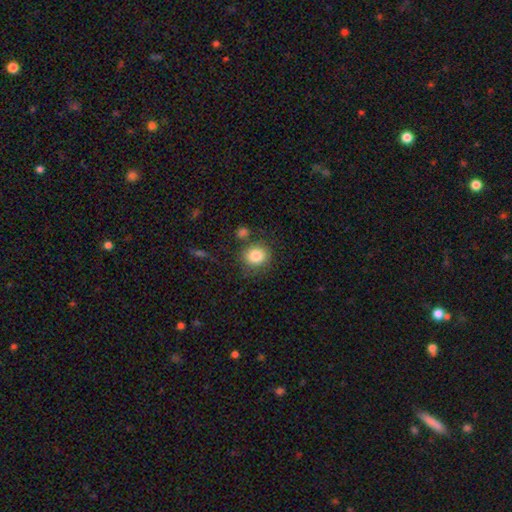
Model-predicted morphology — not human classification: smooth-or-featured: smooth: 85% | star or artifact: 9% | featured or disk: 6%
  how-rounded: round: 83% | in between: 16% | cigar-shaped: 1%
  merging: none: 77% | minor disturbance: 12% | merger: 6% | major disturbance: 4%